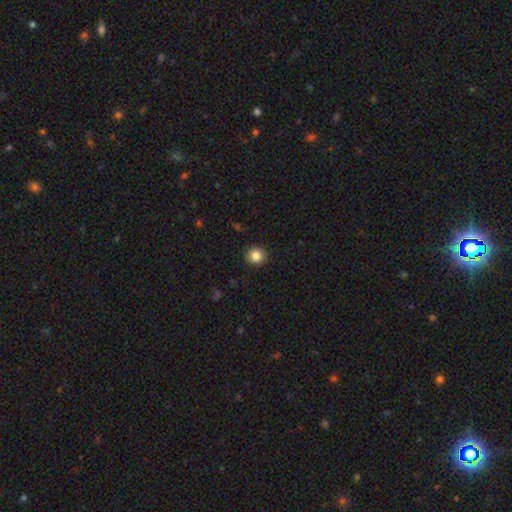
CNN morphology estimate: type=smooth (85%); roundness=round (90%); merging=none (92%).